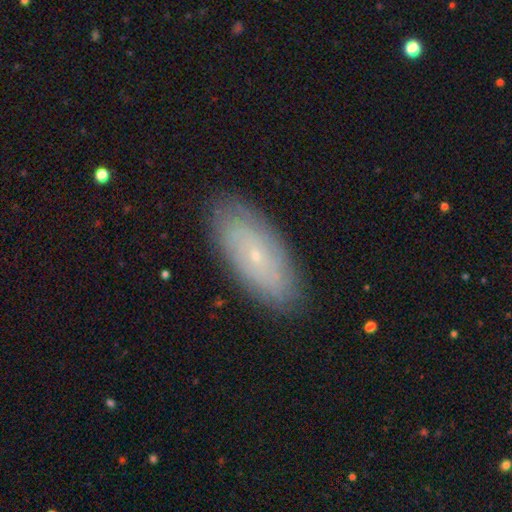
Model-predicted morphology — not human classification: Smooth or featured? Predicted: featured or disk (p=0.54). Edge-on disk? Predicted: no (p=0.86). Merging? Predicted: none (p=0.86).